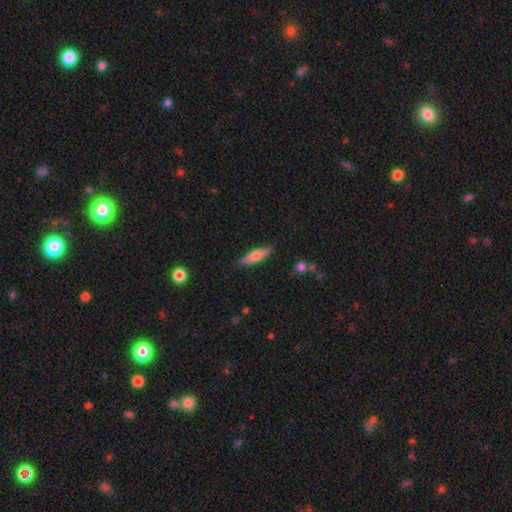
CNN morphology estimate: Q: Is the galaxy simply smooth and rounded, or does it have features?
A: smooth — 63%.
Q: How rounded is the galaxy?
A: cigar-shaped — 63%.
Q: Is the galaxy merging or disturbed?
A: none — 86%.